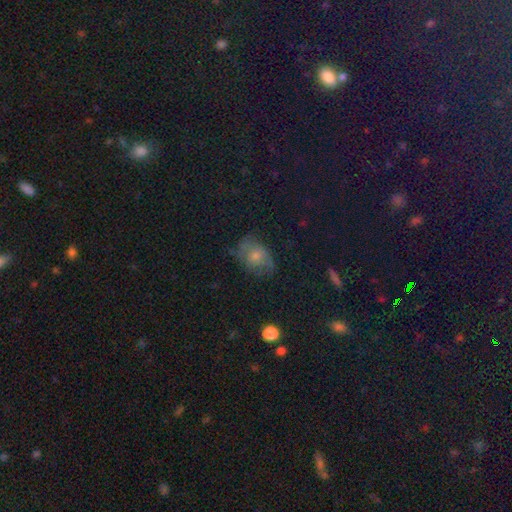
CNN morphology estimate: A smooth galaxy with no disk features (51%) that is in between round and cigar-shaped (67%).

Vote fractions:
- Smooth or featured? smooth: 51% / featured or disk: 37% / star or artifact: 12%
- How rounded? in between: 67% / round: 32% / cigar-shaped: 1%
- Merging? none: 52% / minor disturbance: 28% / major disturbance: 18% / merger: 2%